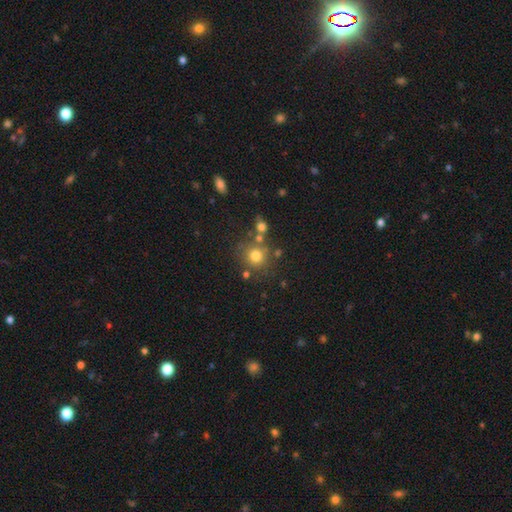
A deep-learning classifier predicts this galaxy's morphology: Smooth or featured? Predicted: smooth (p=0.75). How rounded? Predicted: round (p=0.90). Merging? Predicted: none (p=0.73).